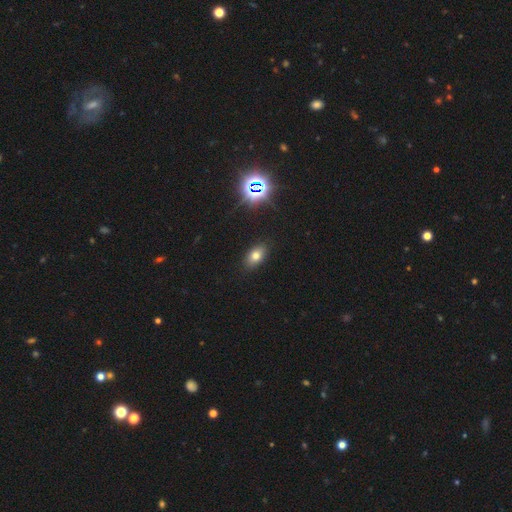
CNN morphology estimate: type=smooth (69%); roundness=in between (86%); merging=none (87%).